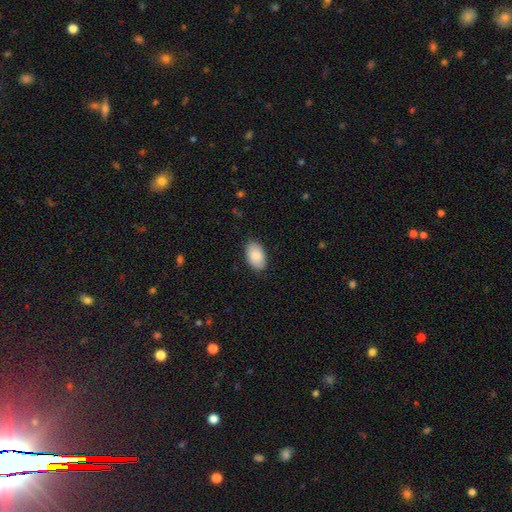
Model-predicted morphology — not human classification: A smooth galaxy with no disk features (86%) that is in between round and cigar-shaped (94%).

Vote fractions:
- Smooth or featured? smooth: 86% / featured or disk: 8% / star or artifact: 6%
- How rounded? in between: 94% / round: 5% / cigar-shaped: 1%
- Merging? none: 86% / minor disturbance: 11% / major disturbance: 2% / merger: 1%